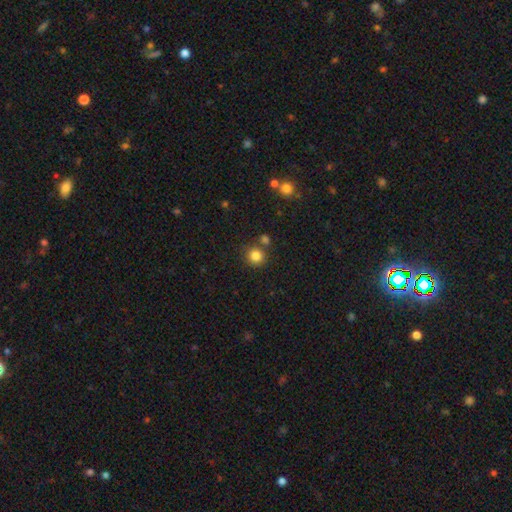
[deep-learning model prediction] The model was most divided on "merging": none: 75%, merger: 13%, minor disturbance: 9%, major disturbance: 3%. More confident: how rounded — round (90%); smooth or featured — smooth (83%).